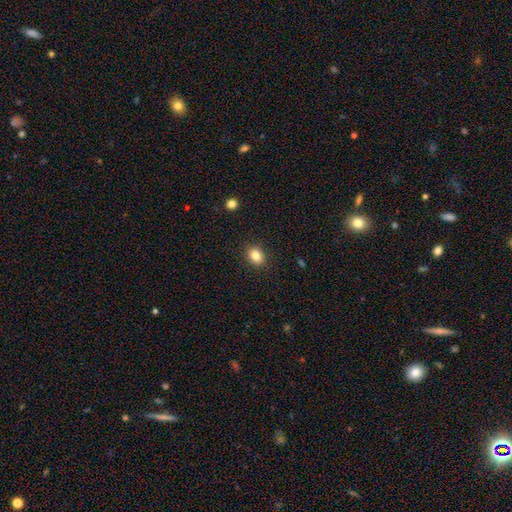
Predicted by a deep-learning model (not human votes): Smooth or featured: smooth — 84% (star or artifact — 10%)
How rounded: in between — 59% (round — 40%)
Merging: none — 89% (minor disturbance — 8%)